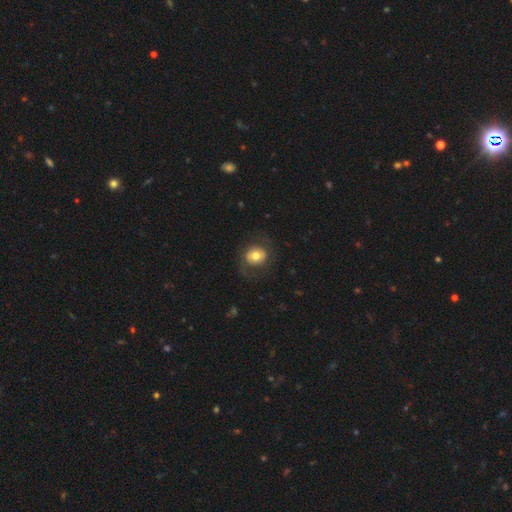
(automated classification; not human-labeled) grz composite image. It shows a smooth galaxy with no disk features (66%) that is round (70%). Merging: none (72%).